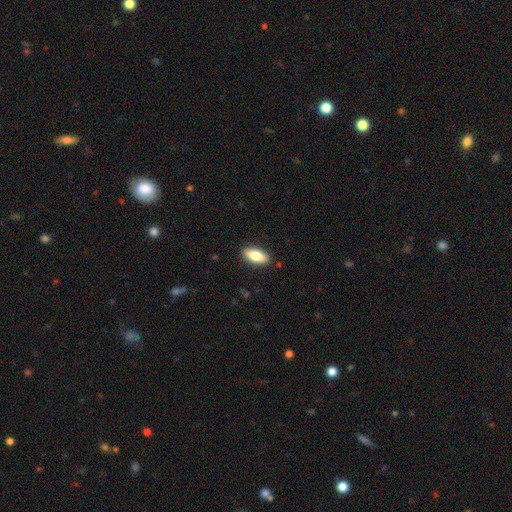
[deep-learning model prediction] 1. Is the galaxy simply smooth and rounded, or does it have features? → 74% smooth, 20% featured or disk, 6% star or artifact.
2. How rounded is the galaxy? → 77% in between, 20% cigar-shaped, 3% round.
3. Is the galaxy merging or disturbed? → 88% none, 9% minor disturbance, 2% major disturbance, 1% merger.